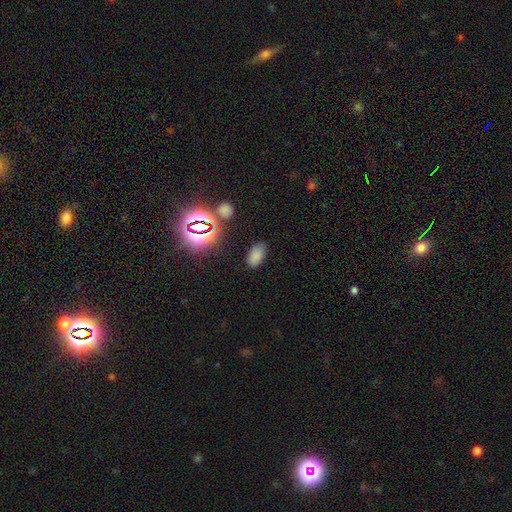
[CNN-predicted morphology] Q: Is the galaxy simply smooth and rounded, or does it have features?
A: smooth — 76%.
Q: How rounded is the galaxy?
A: in between — 93%.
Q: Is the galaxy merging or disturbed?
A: none — 84%.